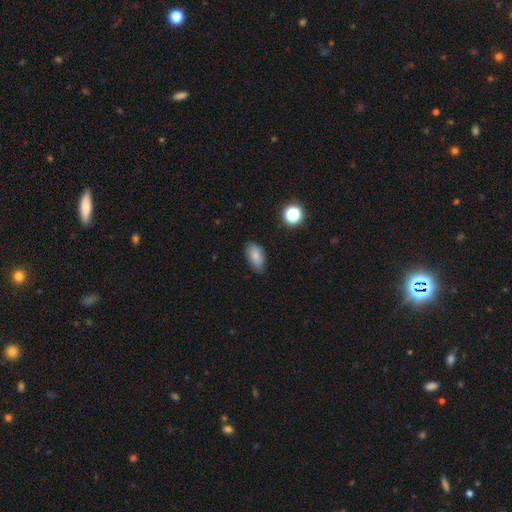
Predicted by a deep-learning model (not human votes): Smooth or featured?
  - smooth: 80% *
  - featured or disk: 11%
  - star or artifact: 9%
How rounded?
  - in between: 91% *
  - round: 6%
  - cigar-shaped: 3%
Merging?
  - none: 74% *
  - minor disturbance: 22%
  - major disturbance: 3%
  - merger: 1%